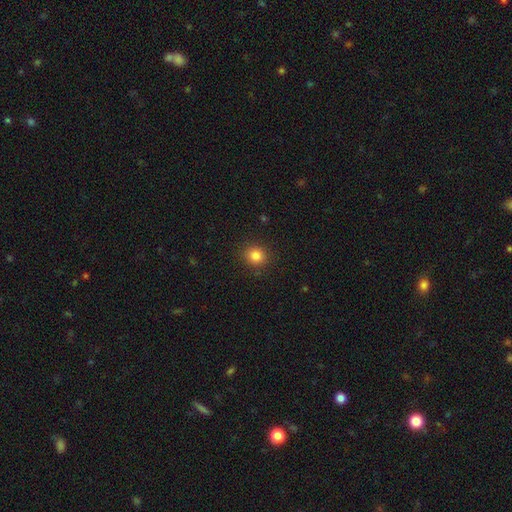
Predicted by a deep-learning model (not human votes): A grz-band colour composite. It shows a smooth galaxy with no disk features (83%) that is round (82%). Merging: none (89%).